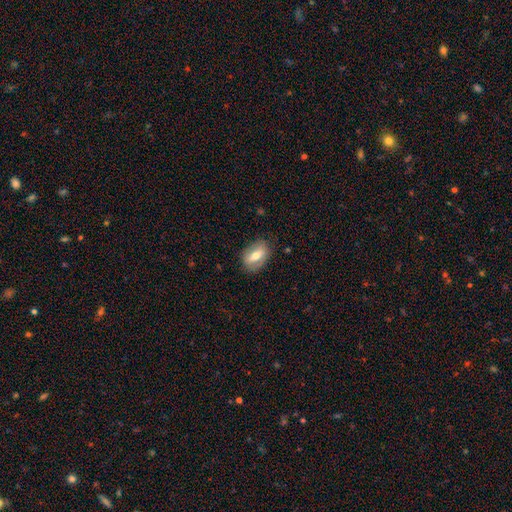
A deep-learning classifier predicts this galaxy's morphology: Smooth or featured? Predicted: smooth (p=0.56). How rounded? Predicted: in between (p=0.84). Merging? Predicted: none (p=0.81).